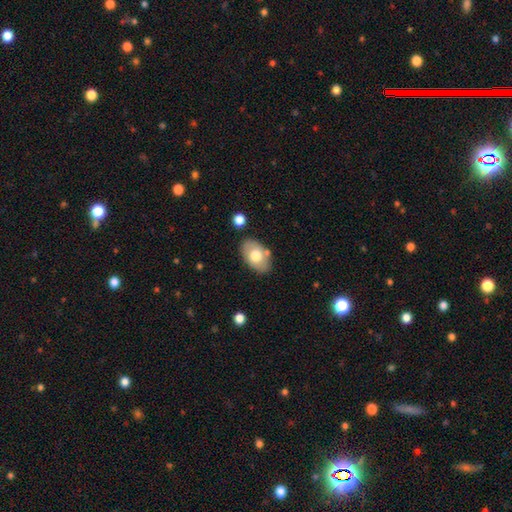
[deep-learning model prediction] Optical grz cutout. It shows a smooth galaxy with no disk features (69%) that is in between round and cigar-shaped (90%). Merging: none (78%).